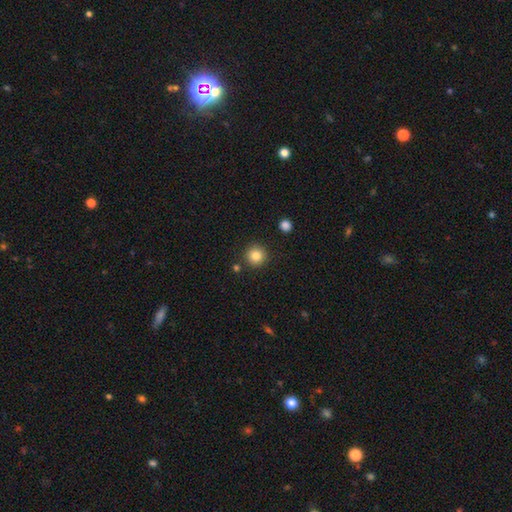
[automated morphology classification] Smooth or featured?
  - smooth: 84% *
  - star or artifact: 11%
  - featured or disk: 5%
How rounded?
  - round: 95% *
  - in between: 4%
  - cigar-shaped: 1%
Merging?
  - none: 89% *
  - minor disturbance: 6%
  - merger: 3%
  - major disturbance: 2%